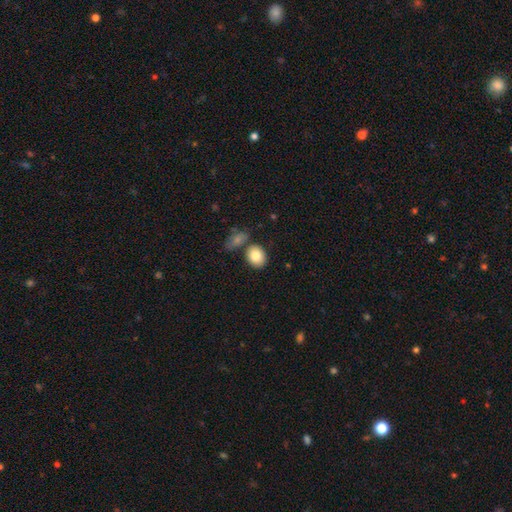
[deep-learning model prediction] smooth_or_featured: smooth (p=0.83) [alt: featured or disk p=0.10]
how_rounded: round (p=0.50) [alt: in between p=0.49]
merging: none (p=0.72) [alt: merger p=0.14]